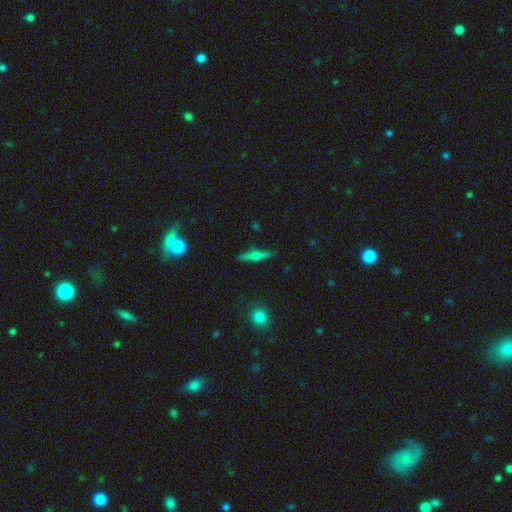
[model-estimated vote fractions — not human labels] Overall: featured or disk (50%; smooth 42%). Merging: none (88%).